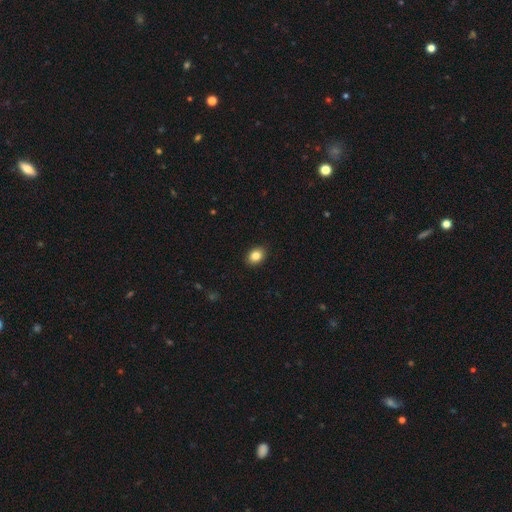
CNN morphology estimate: Smooth or featured?
  - smooth: 85% *
  - star or artifact: 9%
  - featured or disk: 6%
How rounded?
  - in between: 62% *
  - round: 37%
  - cigar-shaped: 1%
Merging?
  - none: 90% *
  - minor disturbance: 8%
  - major disturbance: 2%
  - merger: 1%